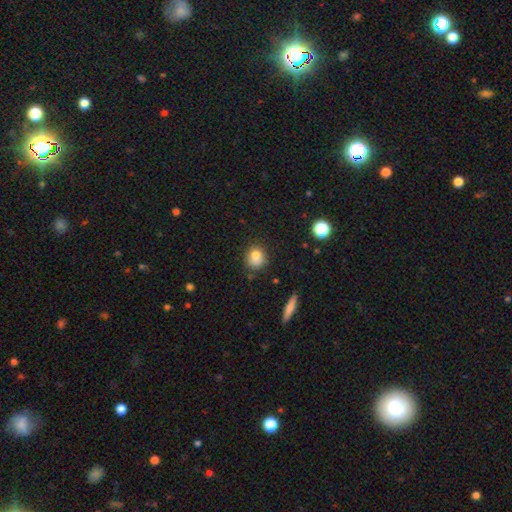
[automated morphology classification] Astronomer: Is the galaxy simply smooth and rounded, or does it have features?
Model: smooth — 80%.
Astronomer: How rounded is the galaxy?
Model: round — 65%.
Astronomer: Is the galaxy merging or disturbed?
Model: none — 66%.